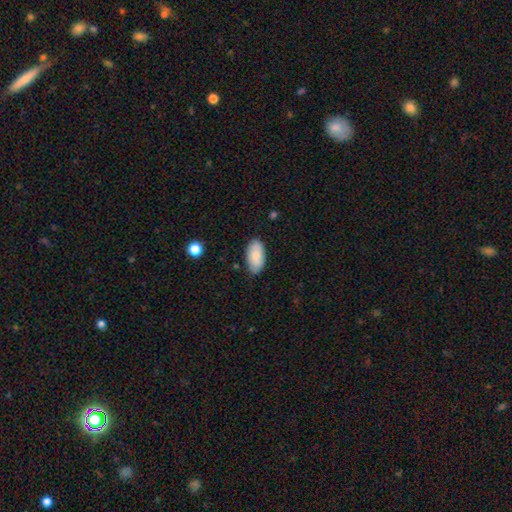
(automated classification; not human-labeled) Overall: smooth (84%). How rounded: in between (95%). Merging: none (83%).